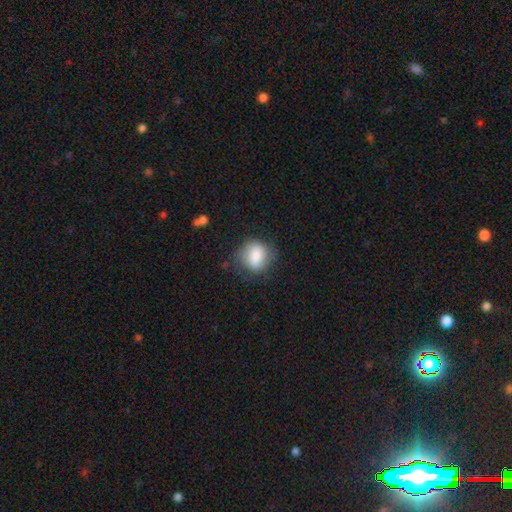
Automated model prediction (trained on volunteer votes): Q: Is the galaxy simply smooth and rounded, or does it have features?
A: smooth — 79%.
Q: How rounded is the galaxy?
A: round — 75%.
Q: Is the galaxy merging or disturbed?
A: none — 70%.